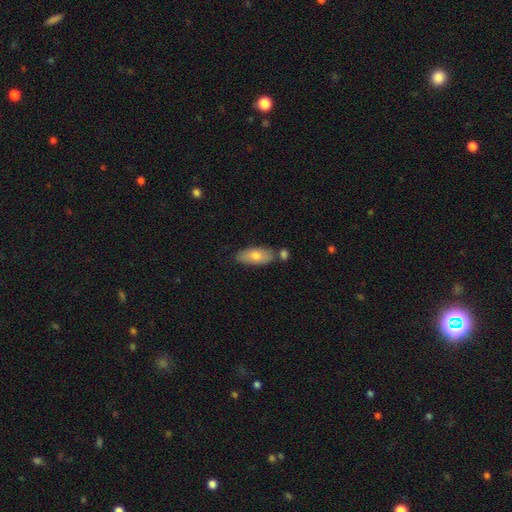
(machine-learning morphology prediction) Smooth or featured? smooth (74%)
How rounded? in between (87%)
Merging? none (69%)